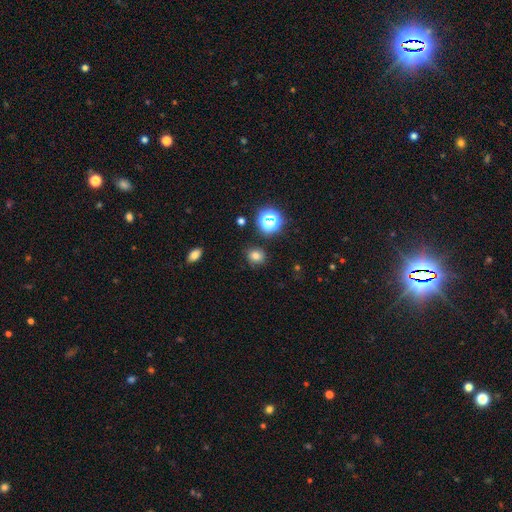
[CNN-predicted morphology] The model was most divided on "how rounded": round: 72%, in between: 27%, cigar-shaped: 1%. More confident: merging — none (83%); smooth or featured — smooth (74%).